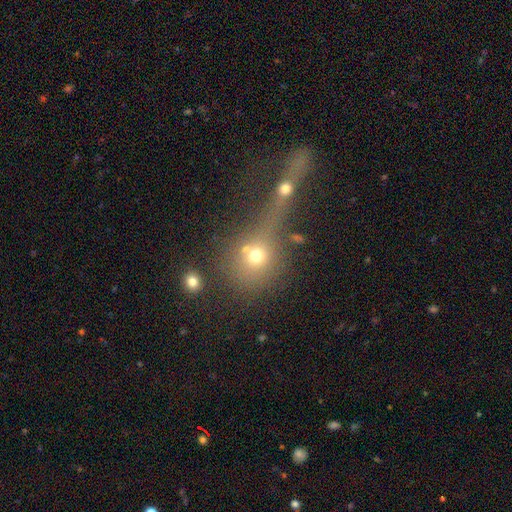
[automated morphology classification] A smooth galaxy with no disk features (64%) that is round (75%). Merging: merger (41%).